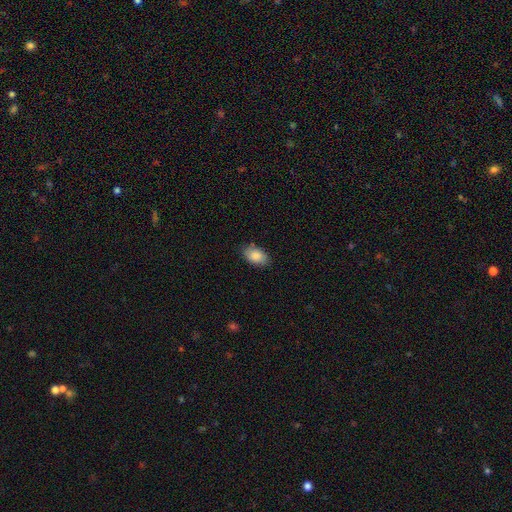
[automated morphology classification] smooth_or_featured: smooth (p=0.86) [alt: featured or disk p=0.07]
how_rounded: in between (p=0.91) [alt: round p=0.08]
merging: none (p=0.83) [alt: minor disturbance p=0.13]